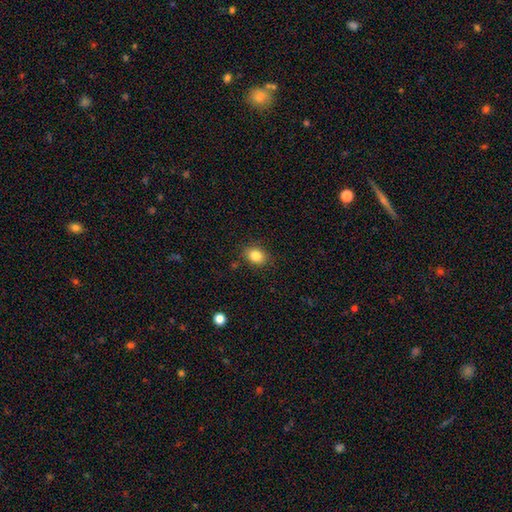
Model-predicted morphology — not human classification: A smooth galaxy with no disk features (84%) that is in between round and cigar-shaped (58%).

Vote fractions:
- Smooth or featured? smooth: 84% / star or artifact: 10% / featured or disk: 6%
- How rounded? in between: 58% / round: 41% / cigar-shaped: 1%
- Merging? none: 85% / minor disturbance: 11% / major disturbance: 3% / merger: 2%